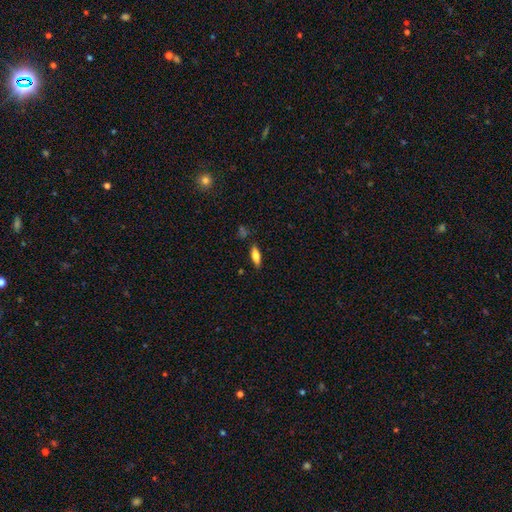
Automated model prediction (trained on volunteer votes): A smooth galaxy with no disk features (75%) that is in between round and cigar-shaped (61%). Merging: none (83%).